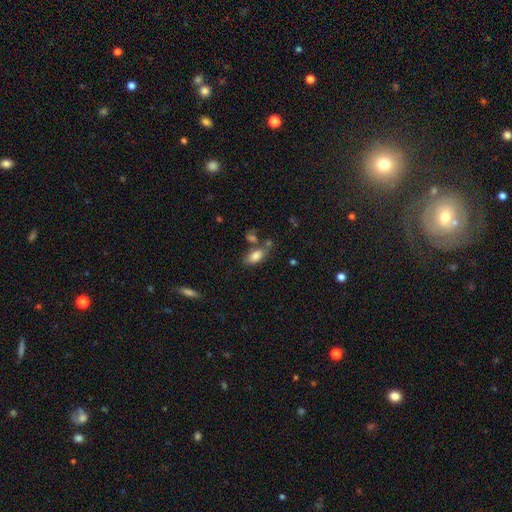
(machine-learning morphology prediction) Smooth or featured?
  - smooth: 82% *
  - featured or disk: 10%
  - star or artifact: 8%
How rounded?
  - in between: 90% *
  - cigar-shaped: 7%
  - round: 4%
Merging?
  - none: 58% *
  - merger: 20%
  - minor disturbance: 16%
  - major disturbance: 6%